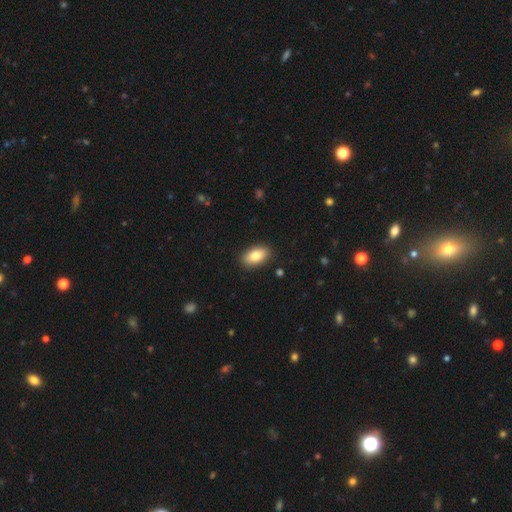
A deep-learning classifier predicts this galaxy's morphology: Smooth or featured?
  - smooth: 82% *
  - featured or disk: 11%
  - star or artifact: 7%
How rounded?
  - in between: 92% *
  - round: 5%
  - cigar-shaped: 3%
Merging?
  - none: 89% *
  - minor disturbance: 8%
  - major disturbance: 2%
  - merger: 1%